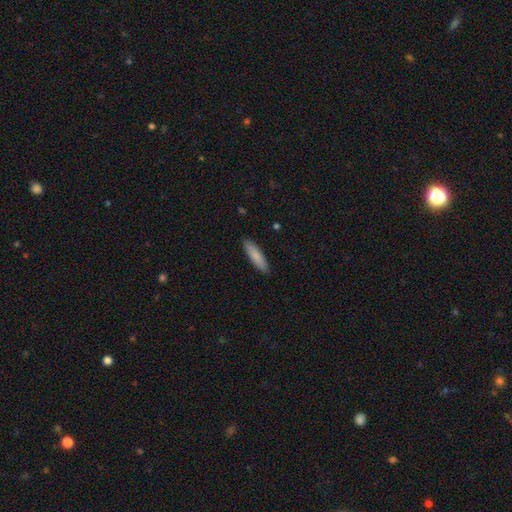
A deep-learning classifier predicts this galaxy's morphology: Smooth or featured? Predicted: smooth (p=0.83). How rounded? Predicted: cigar-shaped (p=0.71). Merging? Predicted: none (p=0.90).